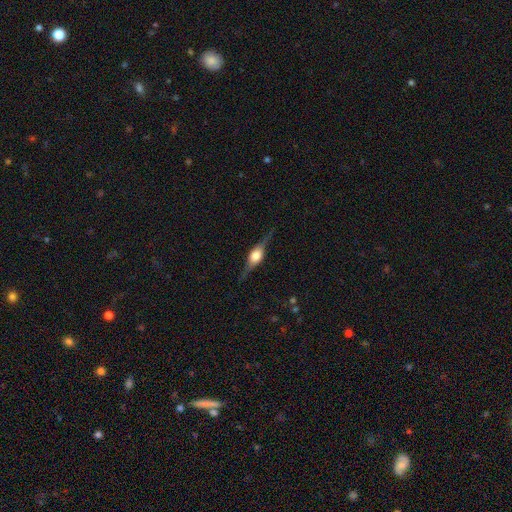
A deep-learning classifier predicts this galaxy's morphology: smooth-or-featured: featured or disk: 76% | smooth: 17% | star or artifact: 6%
  disk-edge-on: yes: 96% | no: 4%
    edge-on-bulge: rounded: 91% | boxy: 8% | none: 1%
  merging: none: 83% | minor disturbance: 12% | major disturbance: 4% | merger: 1%